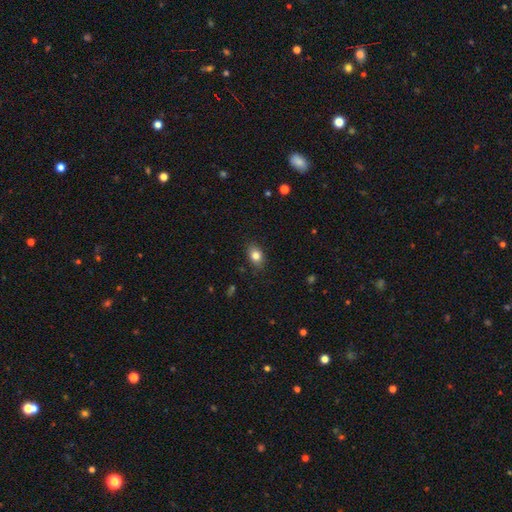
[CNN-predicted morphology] Overall: smooth (82%). How rounded: in between (74%). Merging: none (85%).